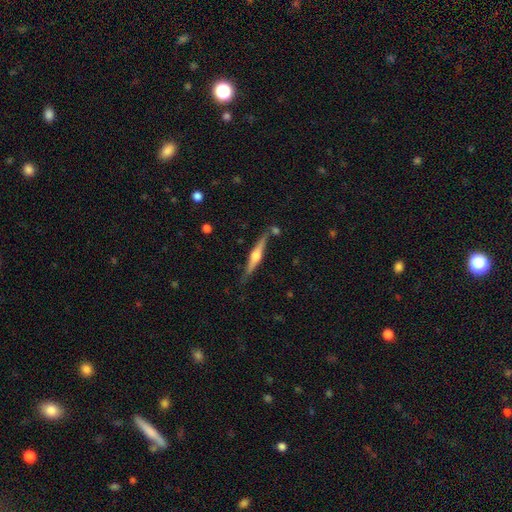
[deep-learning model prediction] Overall: featured or disk (71%). Edge-on disk: yes (97%). Edge-on bulge: rounded (91%). Merging: none (79%).